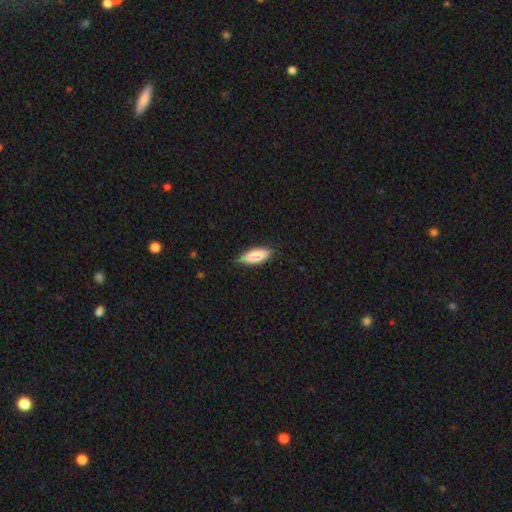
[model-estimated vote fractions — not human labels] Smooth or featured? Predicted: smooth (p=0.85). How rounded? Predicted: in between (p=0.74). Merging? Predicted: none (p=0.77).